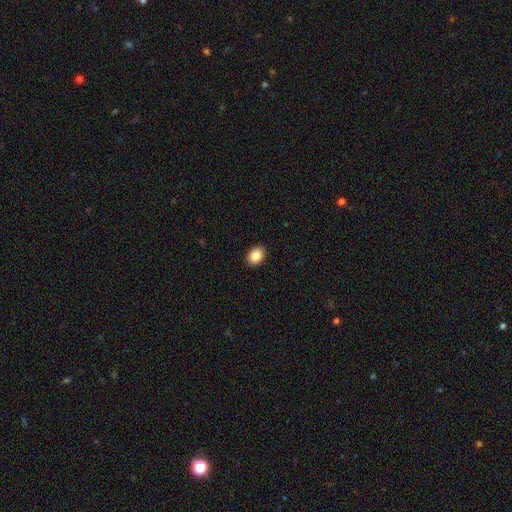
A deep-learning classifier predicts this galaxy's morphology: This appears to be a smooth galaxy with no disk features (86%) that is in between round and cigar-shaped (59%). Merging: none (91%).